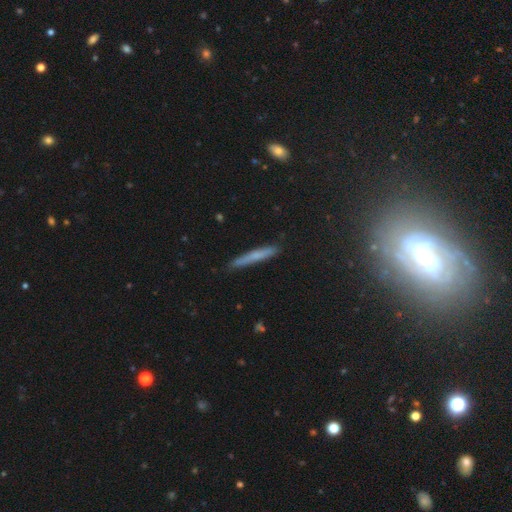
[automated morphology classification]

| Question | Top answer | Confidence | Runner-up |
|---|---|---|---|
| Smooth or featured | smooth | 61% | featured or disk (30%) |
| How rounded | cigar-shaped | 95% | in between (3%) |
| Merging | none | 84% | minor disturbance (12%) |